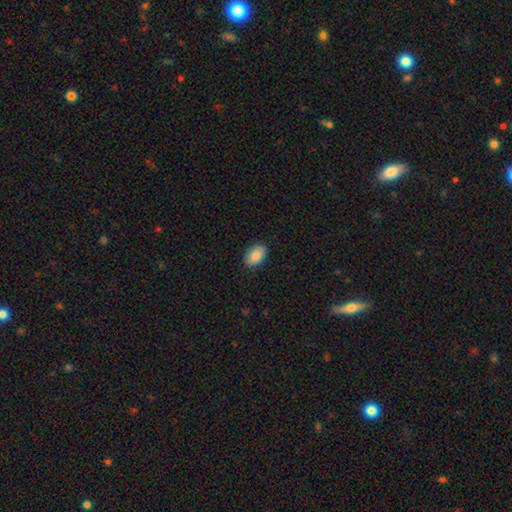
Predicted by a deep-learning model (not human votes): Smooth or featured? Predicted: smooth (p=0.87). How rounded? Predicted: in between (p=0.91). Merging? Predicted: none (p=0.89).